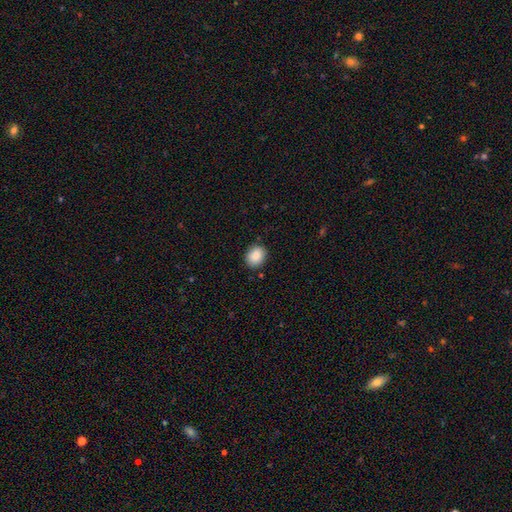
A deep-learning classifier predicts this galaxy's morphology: smooth-or-featured: smooth: 88% | star or artifact: 8% | featured or disk: 4%
  how-rounded: round: 50% | in between: 49% | cigar-shaped: 1%
  merging: none: 86% | minor disturbance: 11% | major disturbance: 2% | merger: 1%